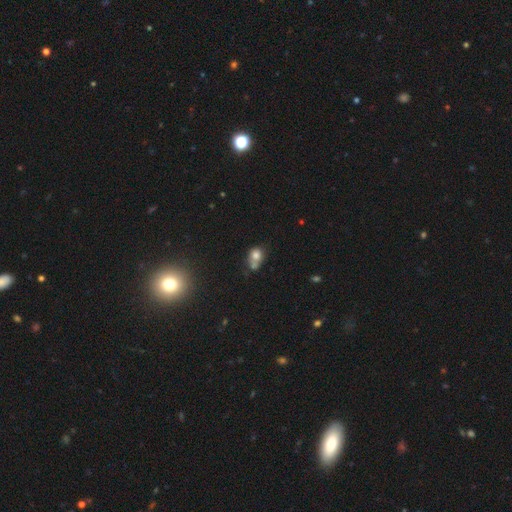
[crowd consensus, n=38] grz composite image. It shows a smooth galaxy with no disk features (82%) that is round (55%). Merging: none (40%).